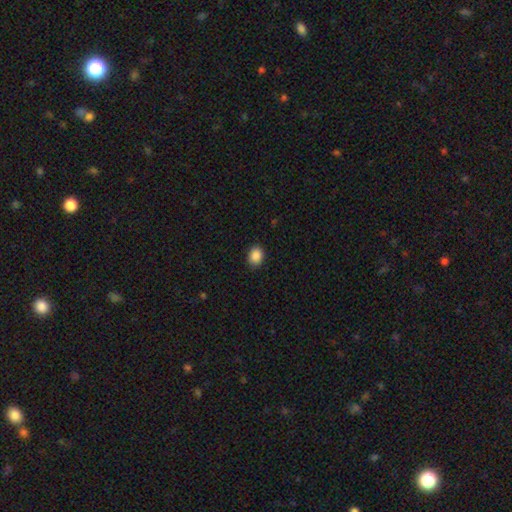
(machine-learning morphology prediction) The model was most divided on "how rounded": in between: 60%, round: 39%, cigar-shaped: 1%. More confident: merging — none (89%); smooth or featured — smooth (88%).